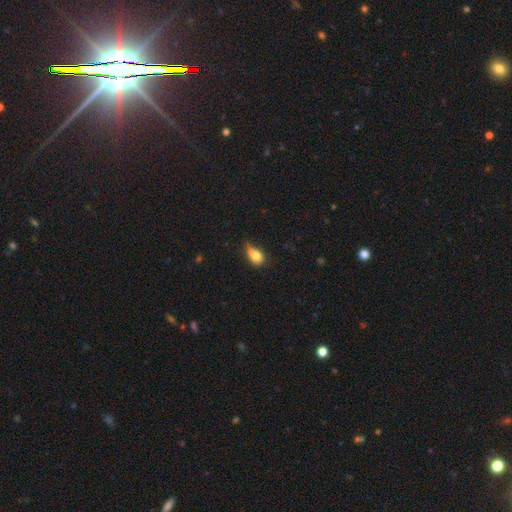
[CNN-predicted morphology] type=smooth (78%); roundness=in between (64%); merging=minor disturbance (39%).